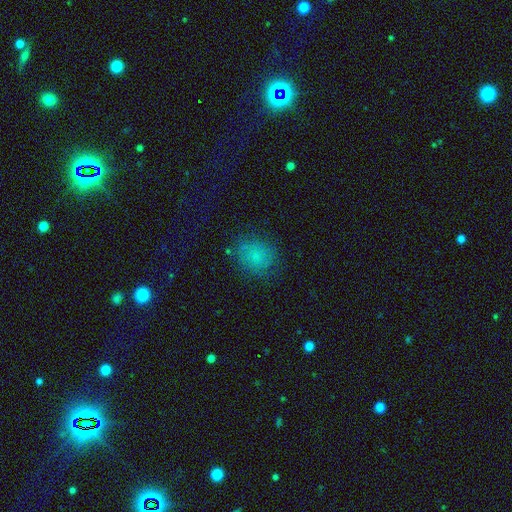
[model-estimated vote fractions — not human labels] smooth-or-featured: smooth: 73% | star or artifact: 15% | featured or disk: 12%
  how-rounded: round: 73% | in between: 26% | cigar-shaped: 1%
  merging: none: 74% | minor disturbance: 17% | major disturbance: 7% | merger: 2%